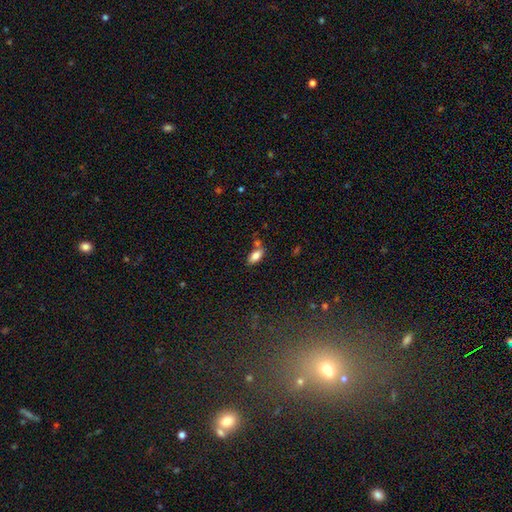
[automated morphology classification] Smooth or featured?
  - smooth: 81% *
  - featured or disk: 10%
  - star or artifact: 8%
How rounded?
  - in between: 89% *
  - cigar-shaped: 8%
  - round: 3%
Merging?
  - none: 62% *
  - merger: 18%
  - minor disturbance: 16%
  - major disturbance: 4%